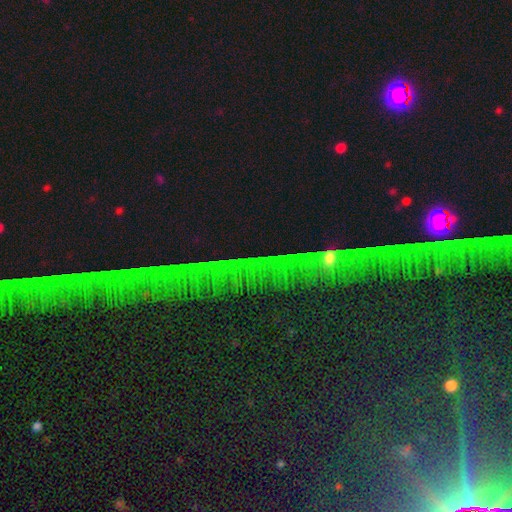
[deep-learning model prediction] Morphology: type=star or artifact (71%).